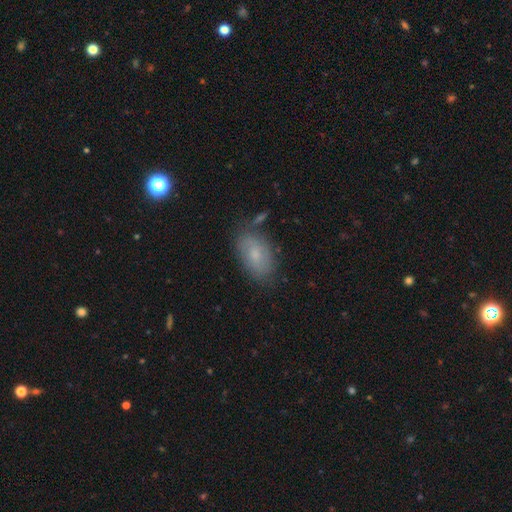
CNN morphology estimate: A smooth galaxy with no disk features (64%) that is in between round and cigar-shaped (91%).

Vote fractions:
- Smooth or featured? smooth: 64% / featured or disk: 27% / star or artifact: 9%
- How rounded? in between: 91% / round: 6% / cigar-shaped: 3%
- Merging? none: 72% / minor disturbance: 20% / major disturbance: 5% / merger: 4%